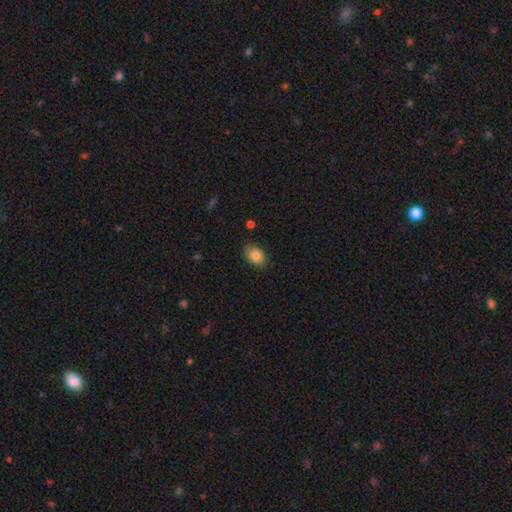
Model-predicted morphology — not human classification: smooth 83%, featured or disk 9%, star or artifact 8%. Down the decision tree: how rounded — in between (82%); merging — none (83%).